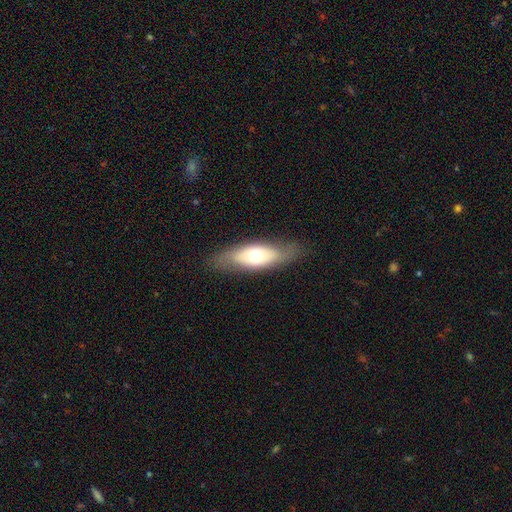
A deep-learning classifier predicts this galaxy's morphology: smooth 53%, featured or disk 40%, star or artifact 6%. Down the decision tree: how rounded — in between (70%); merging — none (78%).